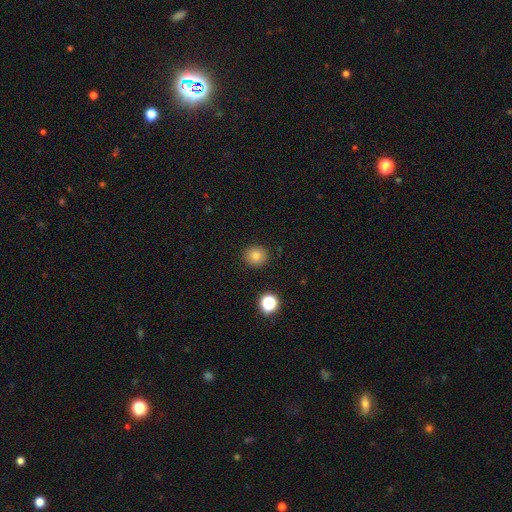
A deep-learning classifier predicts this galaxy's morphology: smooth_or_featured: smooth (p=0.80) [alt: star or artifact p=0.13]
how_rounded: round (p=0.89) [alt: in between p=0.10]
merging: none (p=0.91) [alt: minor disturbance p=0.06]